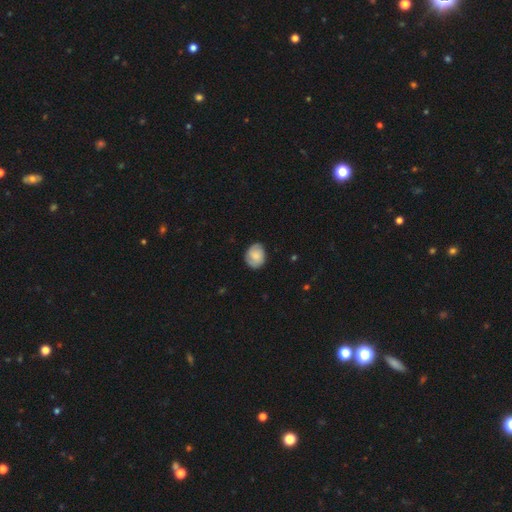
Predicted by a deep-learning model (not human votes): A smooth galaxy with no disk features (59%) that is round (50%).

Vote fractions:
- Smooth or featured? smooth: 59% / featured or disk: 34% / star or artifact: 8%
- How rounded? round: 50% / in between: 49% / cigar-shaped: 1%
- Merging? none: 77% / minor disturbance: 18% / major disturbance: 4% / merger: 1%